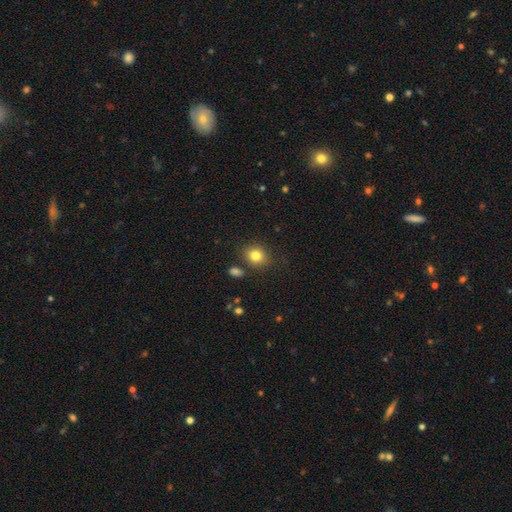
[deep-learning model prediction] This is clearly a smooth galaxy (81%). How rounded: likely round (66%). Merging: clearly none (80%).